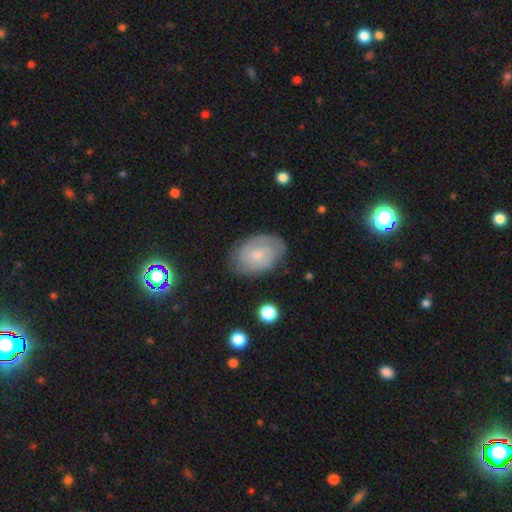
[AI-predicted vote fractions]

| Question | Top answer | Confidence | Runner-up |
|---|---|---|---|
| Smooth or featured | featured or disk | 64% | smooth (29%) |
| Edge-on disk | no | 97% | yes (3%) |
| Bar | no | 63% | weak (33%) |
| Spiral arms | yes | 87% | no (13%) |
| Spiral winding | tight | 61% | medium (31%) |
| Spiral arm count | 2 | 45% | can't tell (34%) |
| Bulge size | small | 52% | moderate (32%) |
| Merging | none | 75% | minor disturbance (18%) |